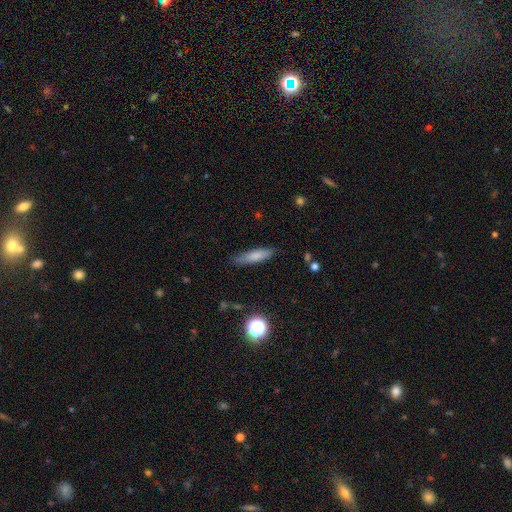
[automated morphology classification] Smooth or featured: smooth — 77% (featured or disk — 16%)
How rounded: cigar-shaped — 73% (in between — 25%)
Merging: none — 81% (minor disturbance — 15%)